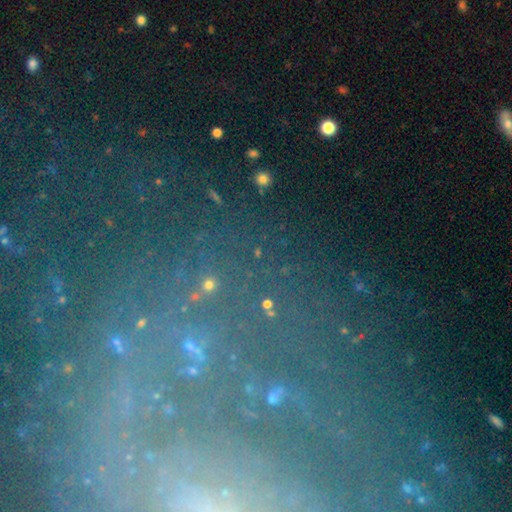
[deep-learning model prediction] This appears to be a star or artifact, not a galaxy (42%).